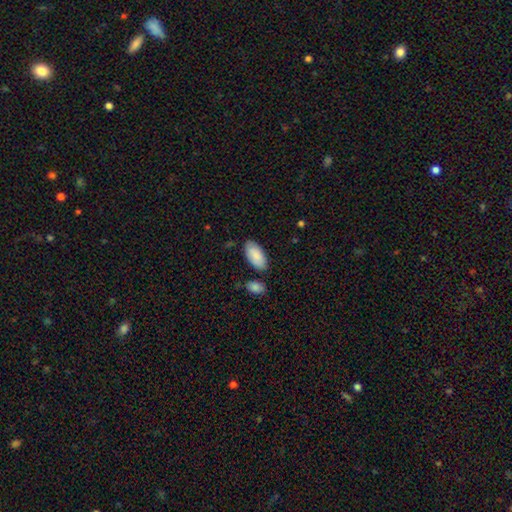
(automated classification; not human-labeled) smooth_or_featured: smooth (p=0.85) [alt: featured or disk p=0.09]
how_rounded: in between (p=0.94) [alt: cigar-shaped p=0.03]
merging: none (p=0.79) [alt: minor disturbance p=0.14]